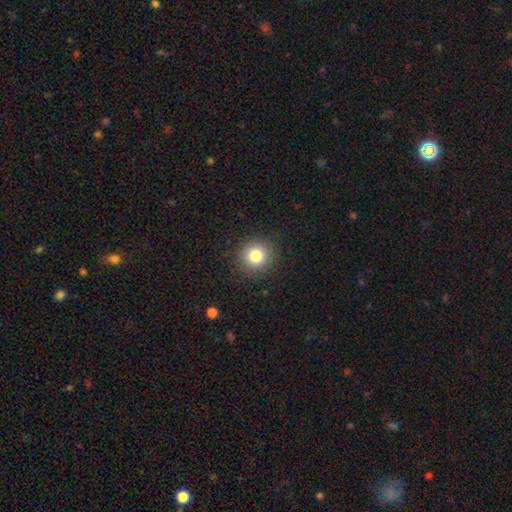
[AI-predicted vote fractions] Smooth or featured?
  - smooth: 81% *
  - star or artifact: 12%
  - featured or disk: 7%
How rounded?
  - round: 93% *
  - in between: 6%
  - cigar-shaped: 1%
Merging?
  - none: 90% *
  - minor disturbance: 7%
  - major disturbance: 3%
  - merger: 1%